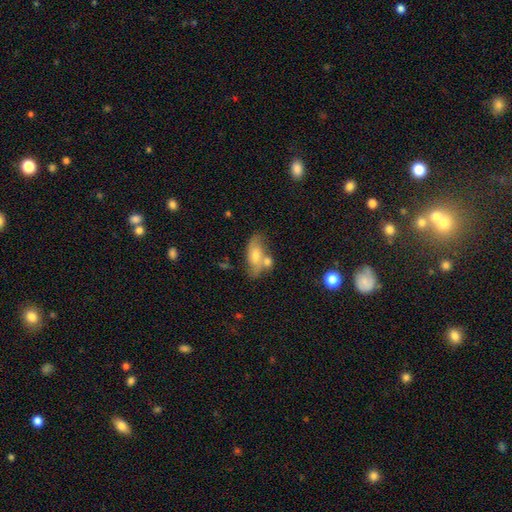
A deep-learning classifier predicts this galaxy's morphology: Smooth or featured? smooth (46%)
Merging? none (48%)